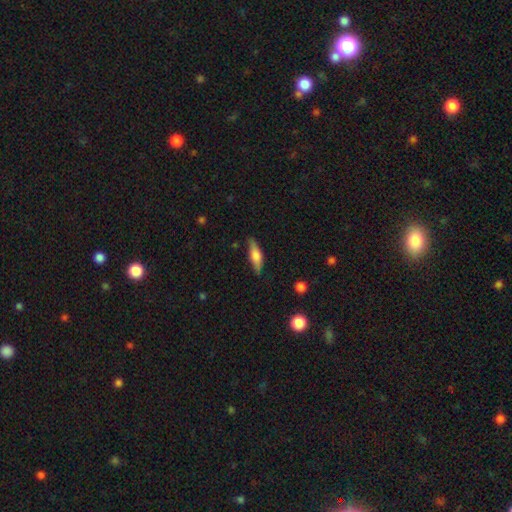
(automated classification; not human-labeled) Smooth or featured?
  - smooth: 55% *
  - featured or disk: 38%
  - star or artifact: 7%
How rounded?
  - cigar-shaped: 54% *
  - in between: 43%
  - round: 3%
Merging?
  - none: 82% *
  - minor disturbance: 14%
  - major disturbance: 3%
  - merger: 1%